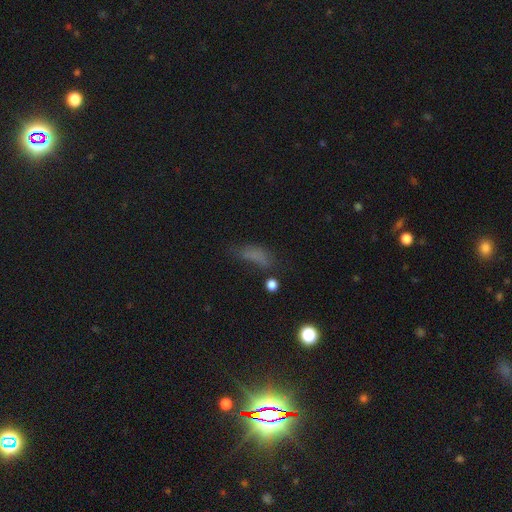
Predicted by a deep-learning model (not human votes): A smooth galaxy with no disk features (61%) that is in between round and cigar-shaped (66%).

Vote fractions:
- Smooth or featured? smooth: 61% / star or artifact: 23% / featured or disk: 15%
- How rounded? in between: 66% / cigar-shaped: 27% / round: 7%
- Merging? none: 41% / major disturbance: 26% / minor disturbance: 26% / merger: 7%